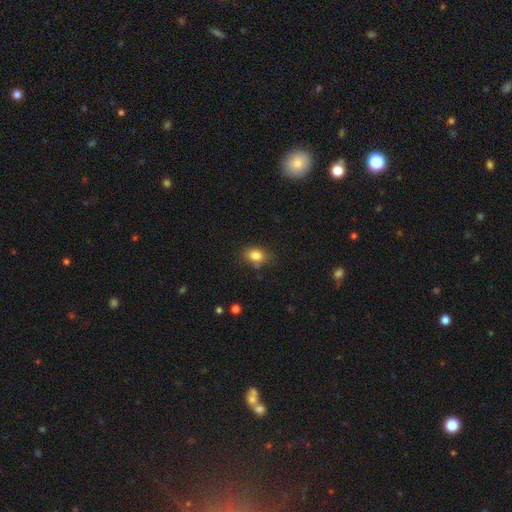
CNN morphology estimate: smooth-or-featured: smooth: 81% | star or artifact: 11% | featured or disk: 8%
  how-rounded: in between: 61% | round: 38% | cigar-shaped: 1%
  merging: none: 68% | minor disturbance: 22% | major disturbance: 6% | merger: 4%